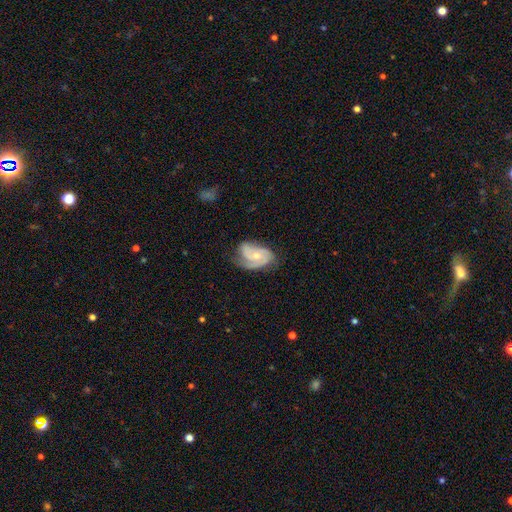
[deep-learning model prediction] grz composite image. It shows a featured or disk galaxy (80%) with no bar (67%), 2 (44%) medium (45%) spiral arms (95%) and a small central bulge (54%). Merging: none (53%).